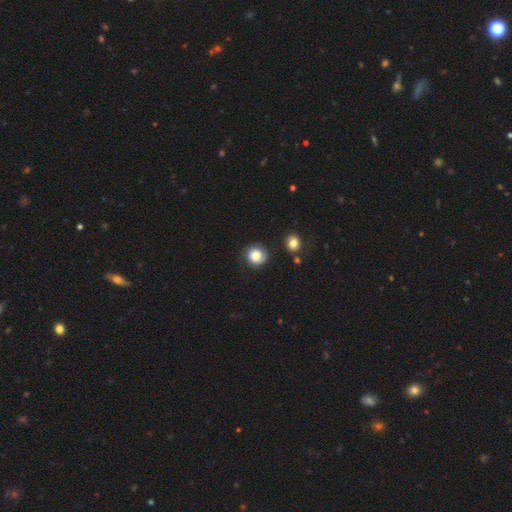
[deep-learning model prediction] This is likely a smooth galaxy (63%). How rounded: clearly round (87%). Merging: likely none (73%).